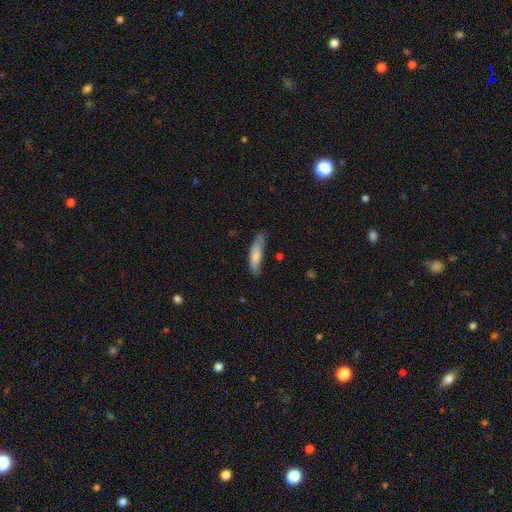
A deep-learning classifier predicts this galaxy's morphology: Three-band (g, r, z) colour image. It shows a smooth galaxy with no disk features (76%) that is cigar-shaped (69%). Merging: none (64%).